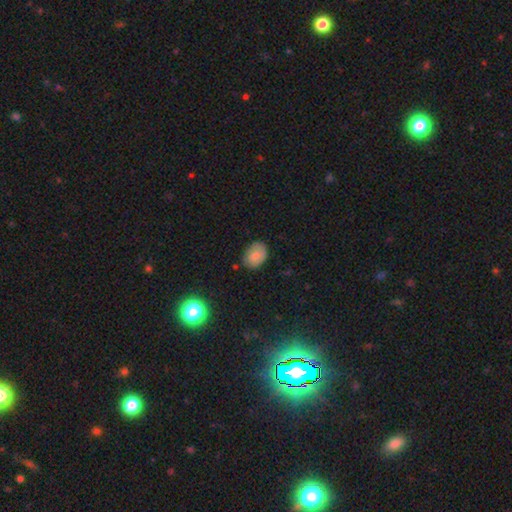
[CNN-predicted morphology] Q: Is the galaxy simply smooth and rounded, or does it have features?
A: smooth — 77%.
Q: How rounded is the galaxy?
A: in between — 71%.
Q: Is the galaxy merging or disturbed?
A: none — 77%.